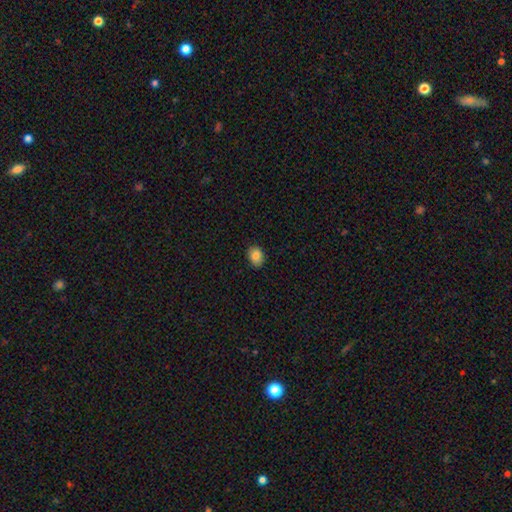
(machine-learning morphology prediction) Smooth or featured? Predicted: smooth (p=0.84). How rounded? Predicted: in between (p=0.56). Merging? Predicted: none (p=0.85).